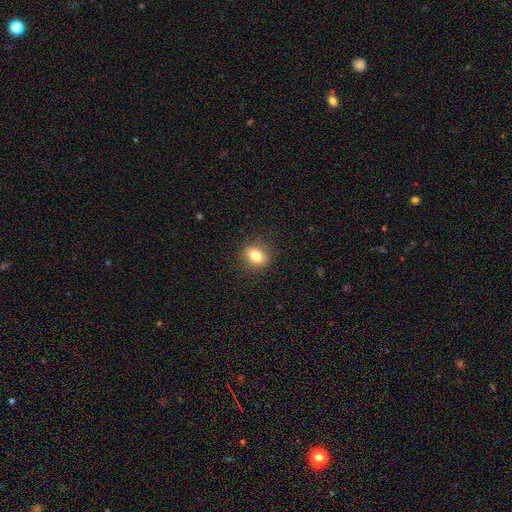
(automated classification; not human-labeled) A smooth galaxy with no disk features (79%) that is in between round and cigar-shaped (49%, tied with round).

Vote fractions:
- Smooth or featured? smooth: 79% / star or artifact: 10% / featured or disk: 10%
- How rounded? in between: 49% (tied) / round: 49% (tied) / cigar-shaped: 2%
- Merging? none: 87% / minor disturbance: 9% / major disturbance: 3% / merger: 1%